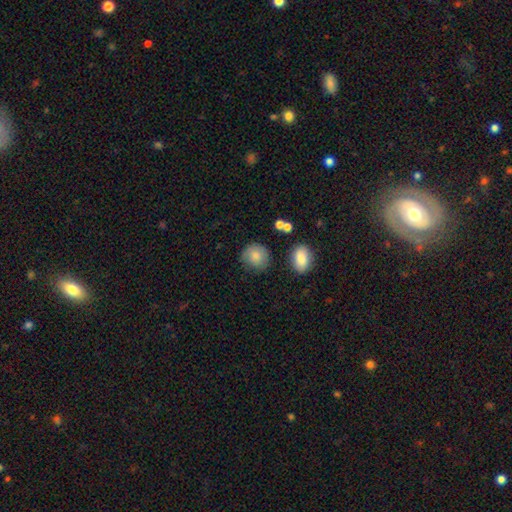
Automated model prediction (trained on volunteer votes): Smooth or featured: smooth — 82% (featured or disk — 9%)
How rounded: round — 85% (in between — 14%)
Merging: none — 73% (minor disturbance — 18%)